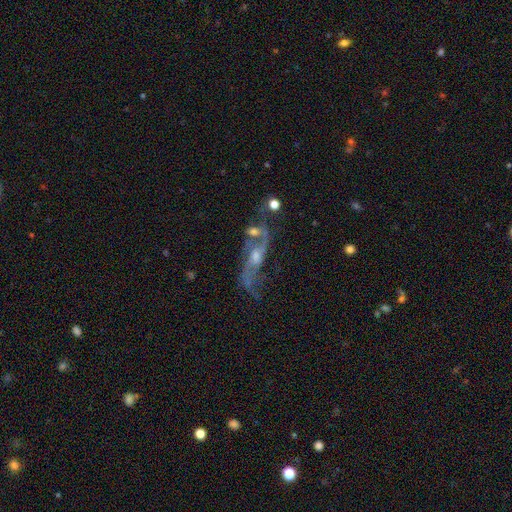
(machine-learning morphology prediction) featured or disk 64%, smooth 20%, star or artifact 17%. Down the decision tree: edge-on disk — no (71%); merging — none (53%).